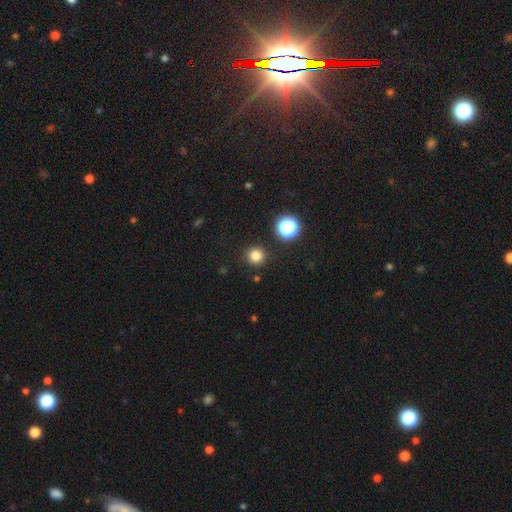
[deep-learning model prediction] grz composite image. It shows a smooth galaxy with no disk features (80%) that is round (95%). Merging: none (91%).